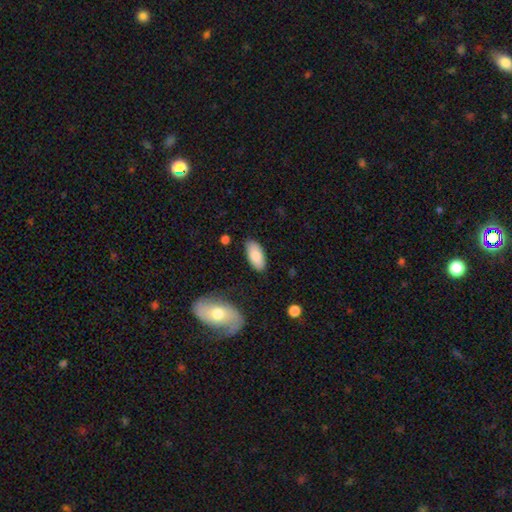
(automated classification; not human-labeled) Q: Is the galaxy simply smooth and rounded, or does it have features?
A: smooth — 84%.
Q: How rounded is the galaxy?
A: in between — 91%.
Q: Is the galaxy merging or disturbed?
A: none — 84%.